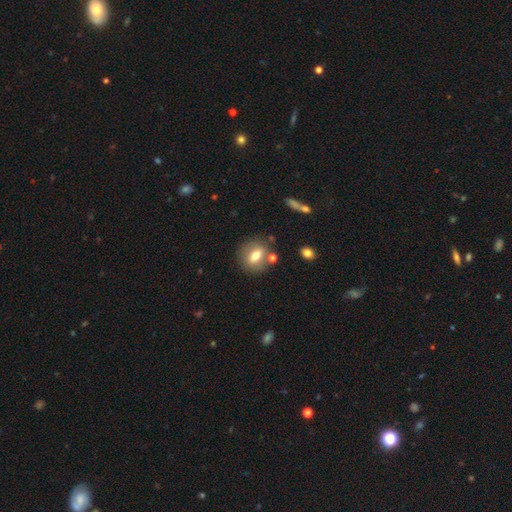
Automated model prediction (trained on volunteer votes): This is likely a smooth galaxy (66%). How rounded: possibly round (60%). Merging: likely none (78%).